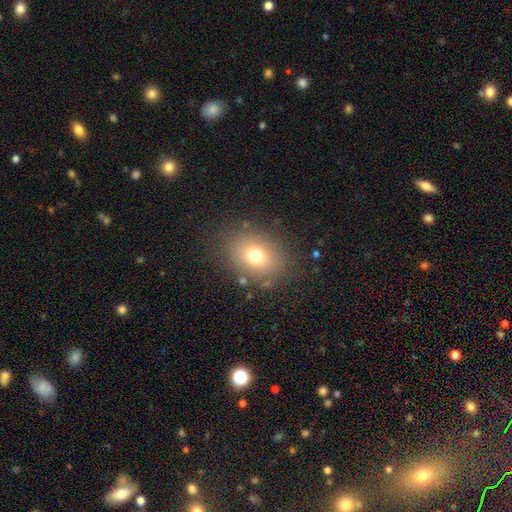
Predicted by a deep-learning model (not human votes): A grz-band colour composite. It shows a smooth galaxy with no disk features (73%) that is in between round and cigar-shaped (55%). Merging: none (81%).